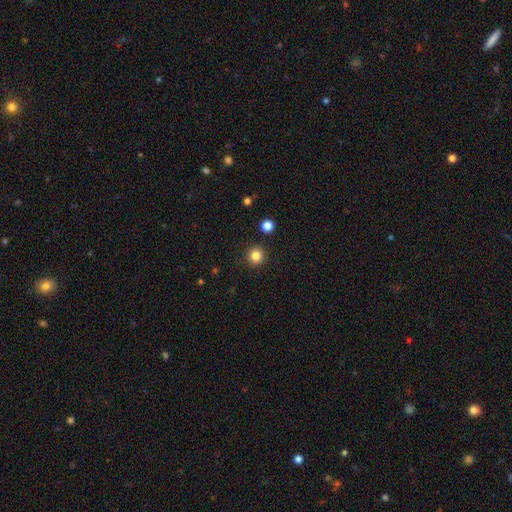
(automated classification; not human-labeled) smooth 84%, star or artifact 12%, featured or disk 4%. Down the decision tree: how rounded — round (94%); merging — none (91%).